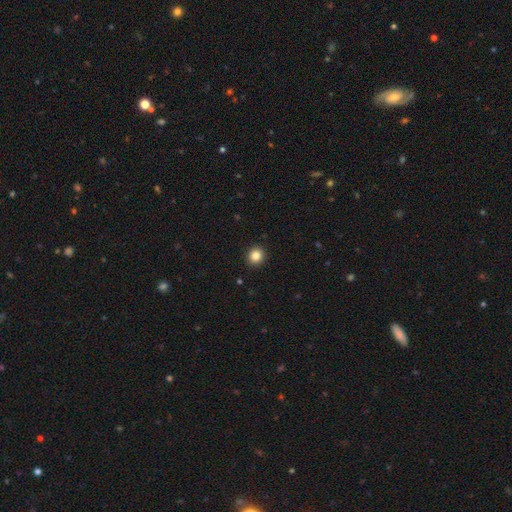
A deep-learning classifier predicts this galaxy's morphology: A smooth galaxy with no disk features (85%) that is round (90%). Merging: none (93%).